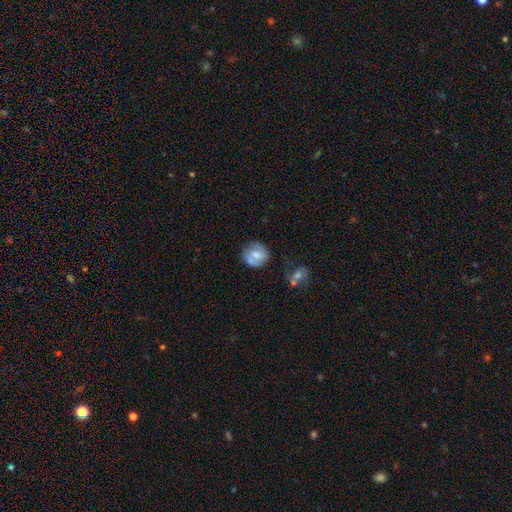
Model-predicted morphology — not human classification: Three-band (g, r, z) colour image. It shows a featured or disk galaxy (48%). Merging: none (61%).